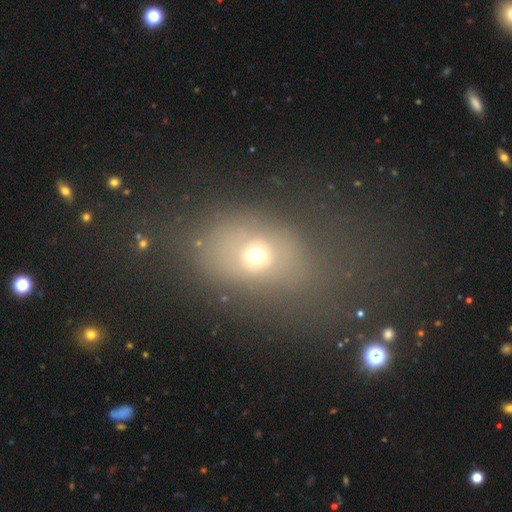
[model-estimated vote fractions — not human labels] smooth 61%, featured or disk 20%, star or artifact 19%. Down the decision tree: how rounded — in between (55%); merging — none (45%).